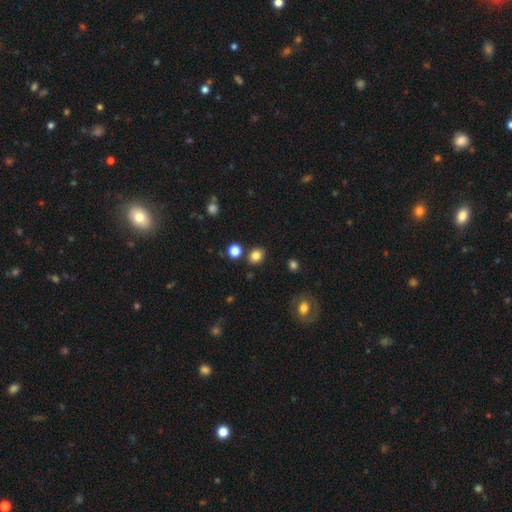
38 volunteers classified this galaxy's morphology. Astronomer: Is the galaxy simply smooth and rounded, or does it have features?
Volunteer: smooth — 89%.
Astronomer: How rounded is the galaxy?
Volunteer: round — 56% (runner-up: in between, 44%).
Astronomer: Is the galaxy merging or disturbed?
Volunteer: none — 83%.